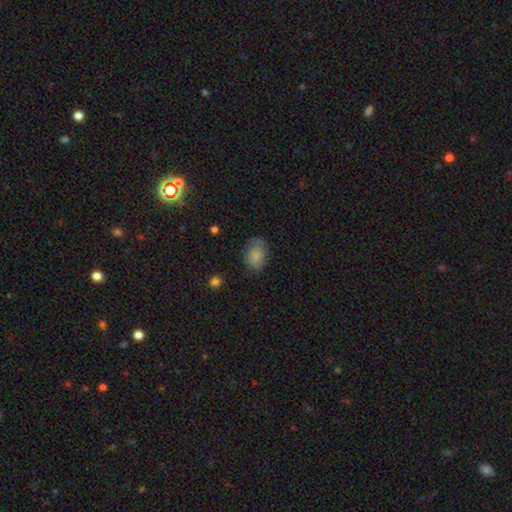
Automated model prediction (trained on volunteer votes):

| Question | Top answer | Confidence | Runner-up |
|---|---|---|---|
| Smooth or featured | smooth | 79% | featured or disk (12%) |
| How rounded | in between | 71% | round (28%) |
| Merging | none | 64% | minor disturbance (26%) |